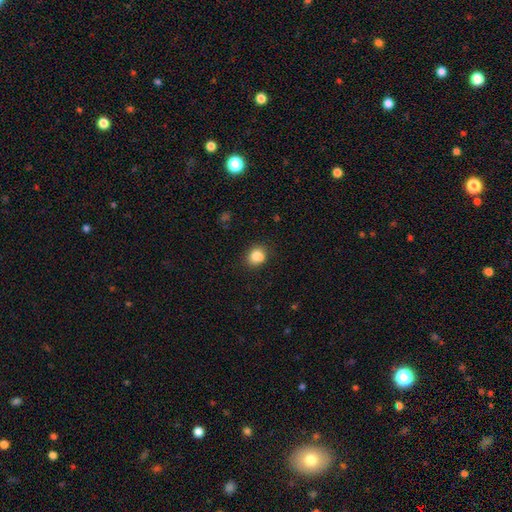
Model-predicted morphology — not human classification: Smooth or featured: smooth — 83% (star or artifact — 10%)
How rounded: round — 62% (in between — 37%)
Merging: none — 66% (minor disturbance — 17%)